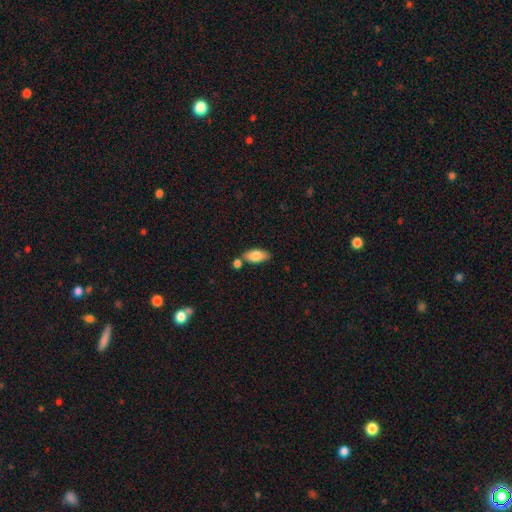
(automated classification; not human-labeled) This appears to be a smooth galaxy with no disk features (77%) that is in between round and cigar-shaped (86%). Merging: none (71%).